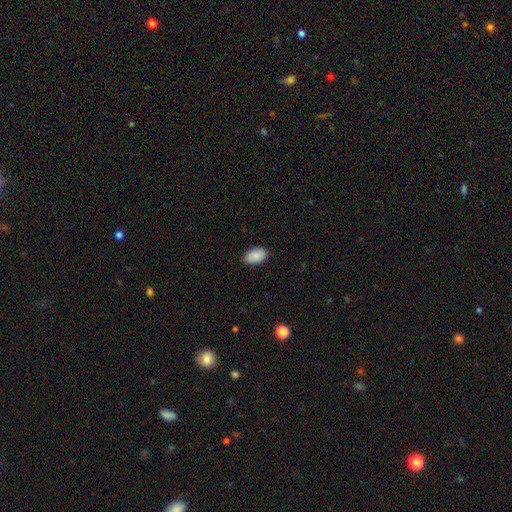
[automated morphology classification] type=smooth (89%); roundness=in between (94%); merging=none (88%).